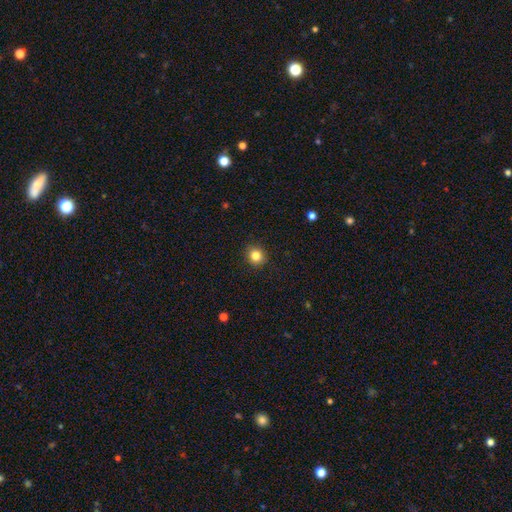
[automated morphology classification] Smooth or featured?
  - smooth: 83% *
  - star or artifact: 11%
  - featured or disk: 6%
How rounded?
  - round: 86% *
  - in between: 13%
  - cigar-shaped: 1%
Merging?
  - none: 91% *
  - minor disturbance: 6%
  - major disturbance: 2%
  - merger: 1%